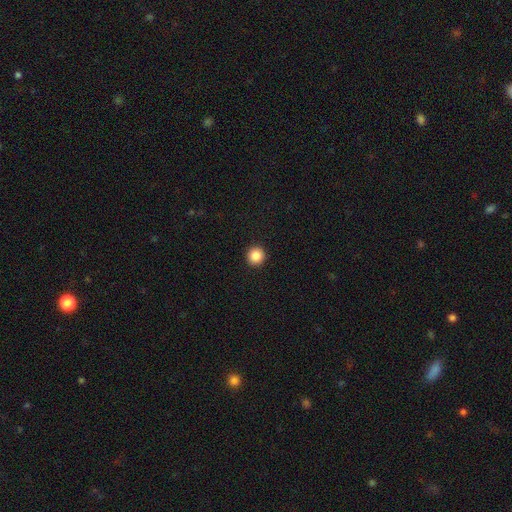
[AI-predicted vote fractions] This appears to be a smooth galaxy with no disk features (86%) that is round (96%). Merging: none (94%).